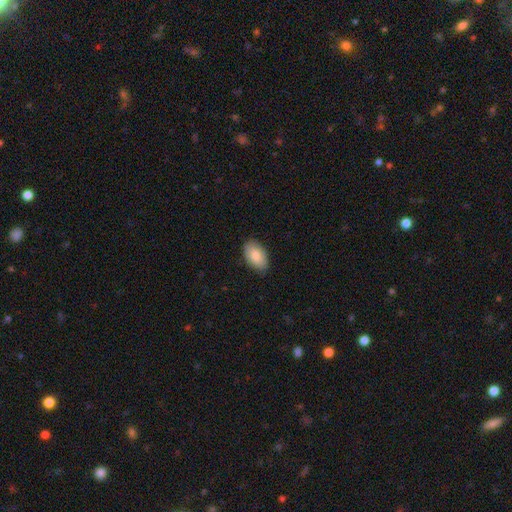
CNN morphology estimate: The model was most divided on "smooth or featured": smooth: 82%, featured or disk: 12%, star or artifact: 6%. More confident: how rounded — in between (93%); merging — none (84%).